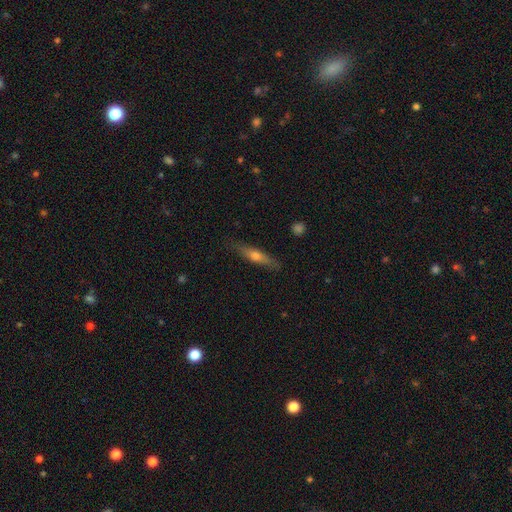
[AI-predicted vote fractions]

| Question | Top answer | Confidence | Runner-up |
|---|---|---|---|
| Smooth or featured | smooth | 48% | featured or disk (46%) |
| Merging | none | 84% | minor disturbance (12%) |